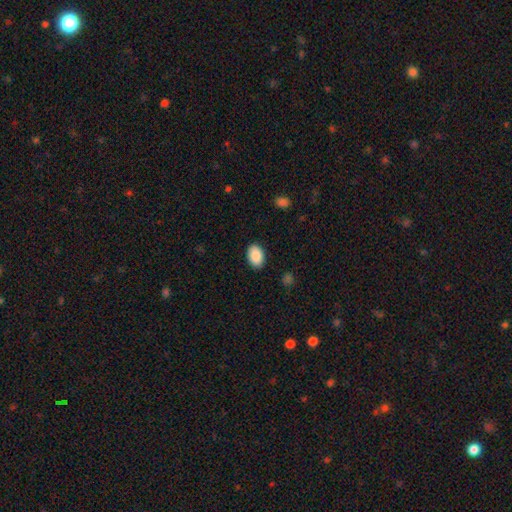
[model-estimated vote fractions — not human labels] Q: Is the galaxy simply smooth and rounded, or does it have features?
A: smooth — 89%.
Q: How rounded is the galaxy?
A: in between — 87%.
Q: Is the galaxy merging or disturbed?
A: none — 88%.